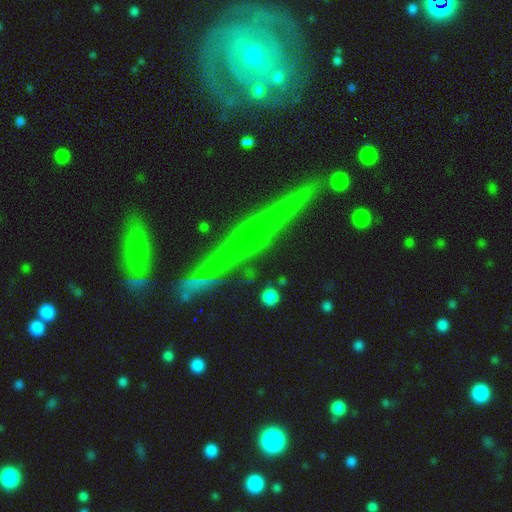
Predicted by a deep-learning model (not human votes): The model was most divided on "edge-on bulge": none: 51%, rounded: 42%, boxy: 7%. More confident: edge-on disk — yes (91%); merging — none (82%); smooth or featured — featured or disk (72%).